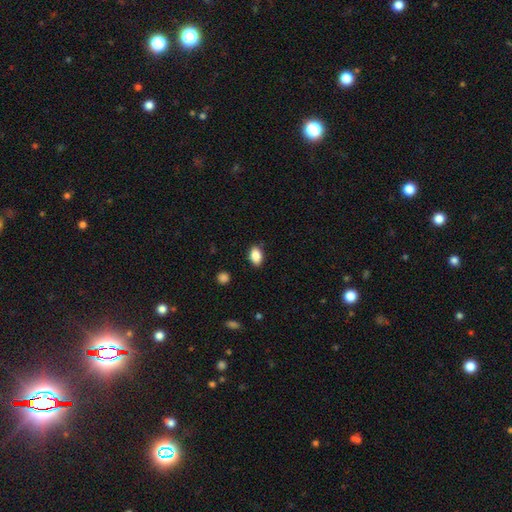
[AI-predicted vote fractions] This appears to be a smooth galaxy with no disk features (87%) that is in between round and cigar-shaped (87%). Merging: none (86%).